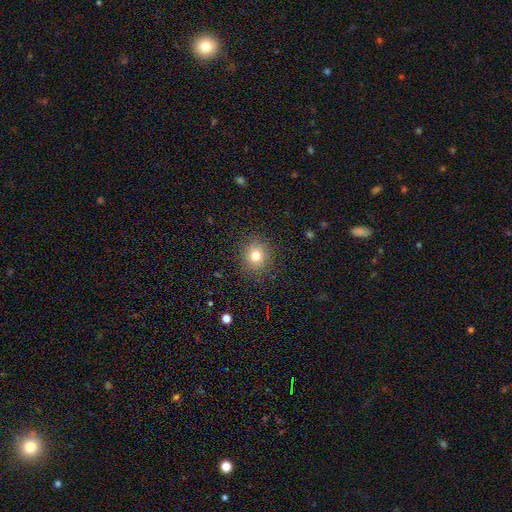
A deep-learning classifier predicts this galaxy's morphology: This appears to be a smooth galaxy with no disk features (77%) that is round (84%). Merging: none (89%).